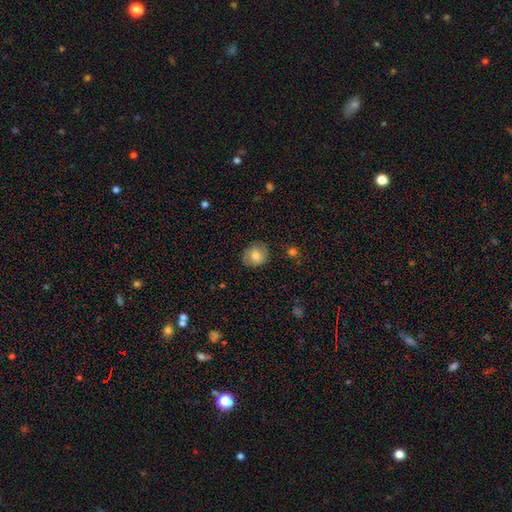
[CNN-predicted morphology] Overall: smooth (73%). How rounded: round (74%). Merging: none (81%).